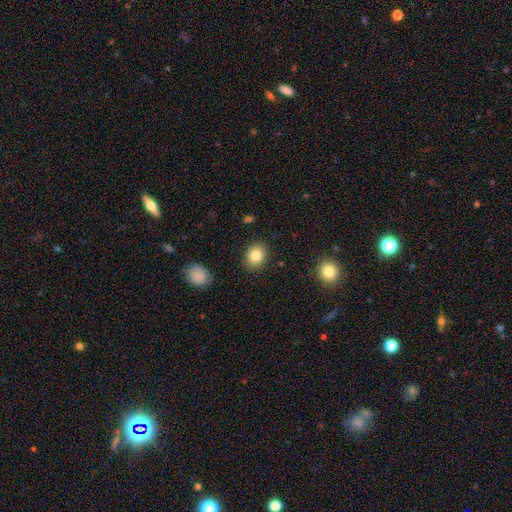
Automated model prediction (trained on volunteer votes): A smooth galaxy with no disk features (84%) that is round (55%).

Vote fractions:
- Smooth or featured? smooth: 84% / star or artifact: 9% / featured or disk: 7%
- How rounded? round: 55% / in between: 44% / cigar-shaped: 1%
- Merging? none: 87% / minor disturbance: 9% / major disturbance: 3% / merger: 1%